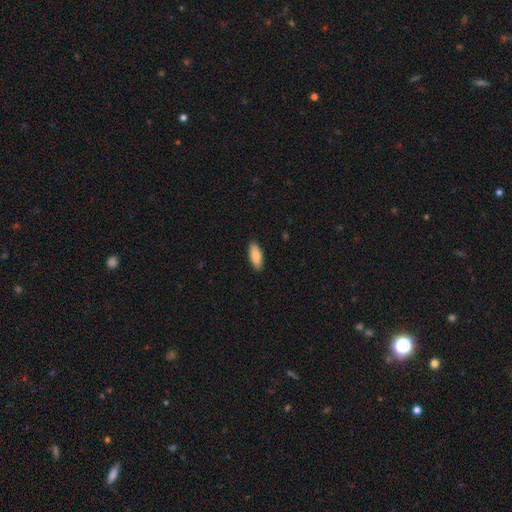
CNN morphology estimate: A smooth galaxy with no disk features (86%) that is in between round and cigar-shaped (80%).

Vote fractions:
- Smooth or featured? smooth: 86% / featured or disk: 8% / star or artifact: 6%
- How rounded? in between: 80% / cigar-shaped: 19% / round: 2%
- Merging? none: 90% / minor disturbance: 8% / major disturbance: 2% / merger: 1%